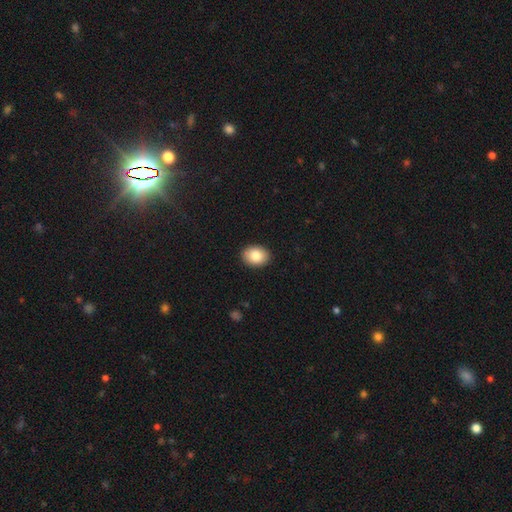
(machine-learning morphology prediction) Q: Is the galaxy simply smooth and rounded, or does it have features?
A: smooth — 83%.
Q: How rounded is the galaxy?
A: in between — 64%.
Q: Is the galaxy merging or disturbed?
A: none — 91%.